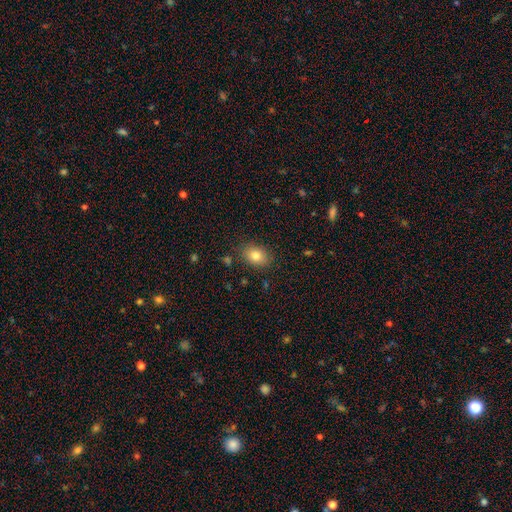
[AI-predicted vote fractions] Q: Smooth or featured?
A: smooth (82%); runner-up: star or artifact (9%)
Q: How rounded?
A: in between (74%); runner-up: round (25%)
Q: Merging?
A: none (84%); runner-up: minor disturbance (11%)